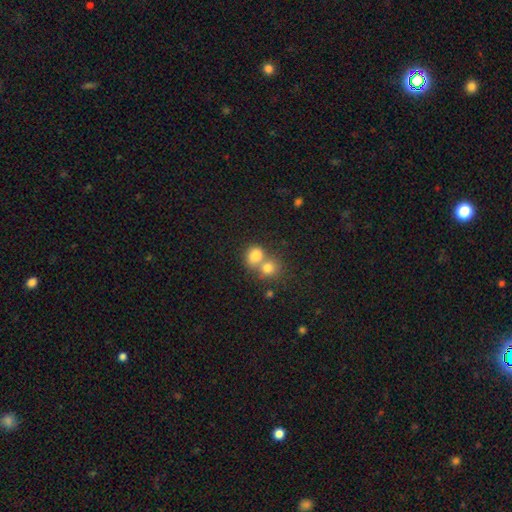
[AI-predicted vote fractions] Morphology: type=smooth (80%); roundness=round (60%); merging=merger (58%).